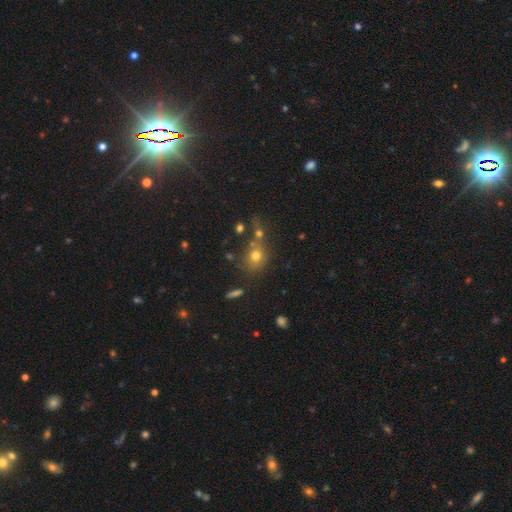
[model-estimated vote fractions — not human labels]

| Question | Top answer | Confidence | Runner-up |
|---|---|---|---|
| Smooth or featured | smooth | 69% | star or artifact (18%) |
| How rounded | round | 76% | in between (23%) |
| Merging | none | 57% | merger (23%) |